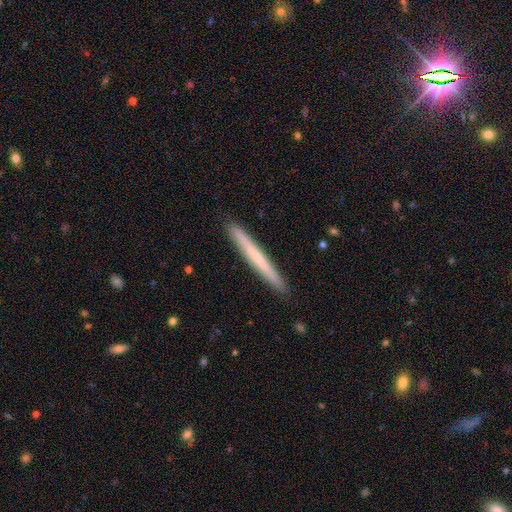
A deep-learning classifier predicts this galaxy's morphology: This appears to be a smooth galaxy with no disk features (57%) that is cigar-shaped (97%). Merging: none (91%).